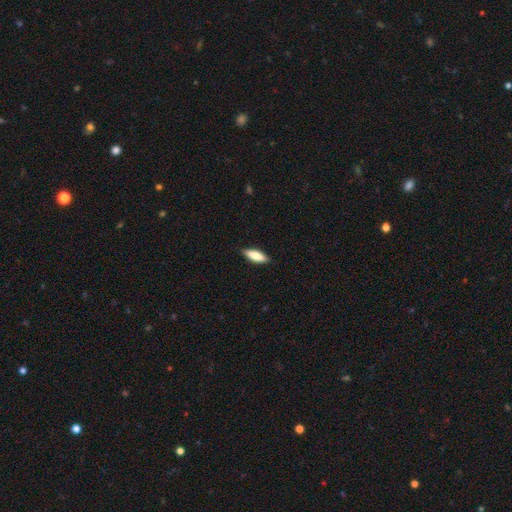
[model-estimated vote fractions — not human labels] smooth_or_featured: smooth (p=0.78) [alt: featured or disk p=0.16]
how_rounded: in between (p=0.57) [alt: cigar-shaped p=0.41]
merging: none (p=0.87) [alt: minor disturbance p=0.10]